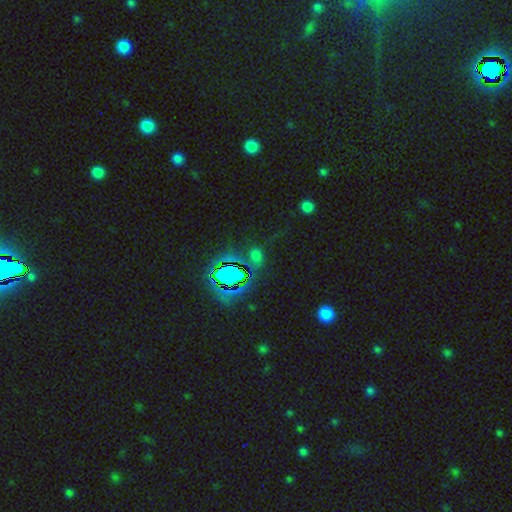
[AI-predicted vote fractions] Smooth or featured? star or artifact (50%)